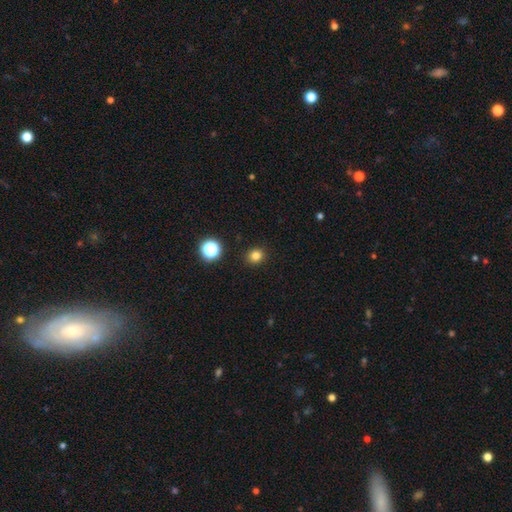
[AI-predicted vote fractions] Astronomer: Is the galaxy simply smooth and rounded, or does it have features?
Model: smooth — 81%.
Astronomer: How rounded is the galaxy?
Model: round — 82%.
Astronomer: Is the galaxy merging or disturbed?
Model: none — 91%.